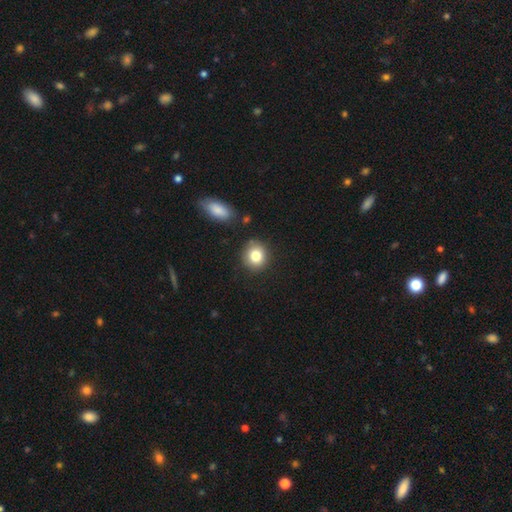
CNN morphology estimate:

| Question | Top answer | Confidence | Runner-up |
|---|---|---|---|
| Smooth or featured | smooth | 82% | star or artifact (9%) |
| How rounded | round | 80% | in between (19%) |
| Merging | none | 83% | minor disturbance (10%) |